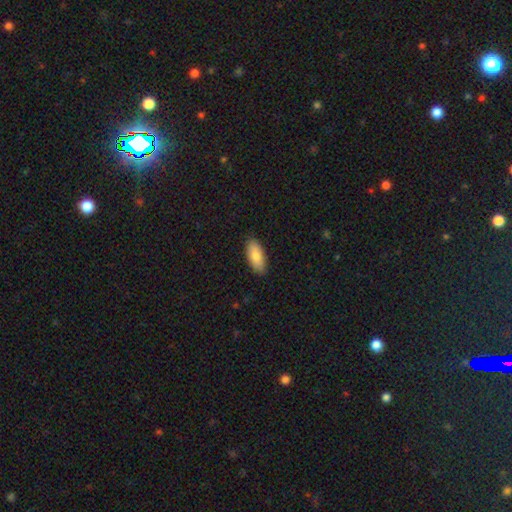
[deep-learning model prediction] smooth-or-featured: smooth: 84% | featured or disk: 10% | star or artifact: 6%
  how-rounded: in between: 86% | cigar-shaped: 13% | round: 2%
  merging: none: 88% | minor disturbance: 9% | major disturbance: 2% | merger: 1%